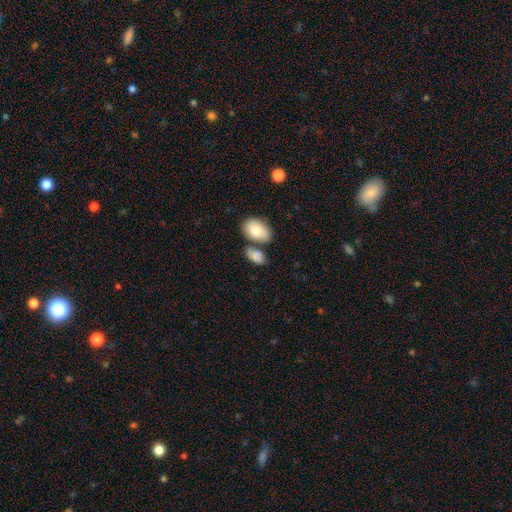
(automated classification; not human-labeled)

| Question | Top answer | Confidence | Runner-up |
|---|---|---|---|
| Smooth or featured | smooth | 83% | featured or disk (10%) |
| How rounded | in between | 89% | round (9%) |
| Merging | none | 44% | merger (35%) |